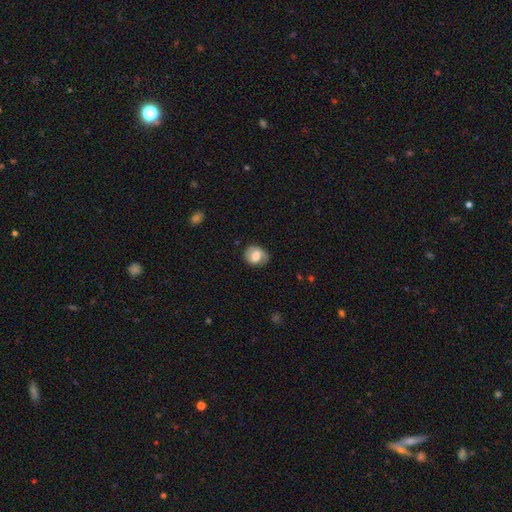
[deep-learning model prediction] A smooth galaxy with no disk features (61%) that is round (53%). Merging: none (70%).